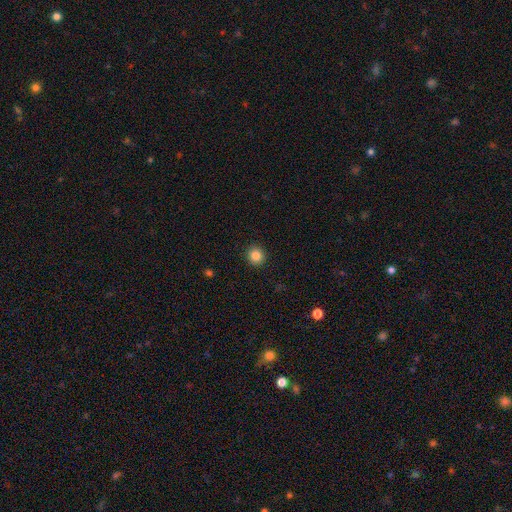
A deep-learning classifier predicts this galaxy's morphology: smooth_or_featured: smooth (p=0.85) [alt: star or artifact p=0.10]
how_rounded: round (p=0.91) [alt: in between p=0.08]
merging: none (p=0.93) [alt: minor disturbance p=0.05]